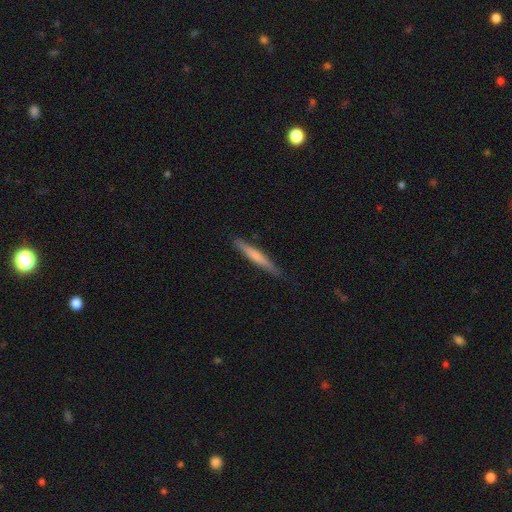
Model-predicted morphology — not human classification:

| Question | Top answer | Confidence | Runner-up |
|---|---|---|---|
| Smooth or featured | smooth | 56% | featured or disk (39%) |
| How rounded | cigar-shaped | 96% | in between (3%) |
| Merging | none | 87% | minor disturbance (10%) |